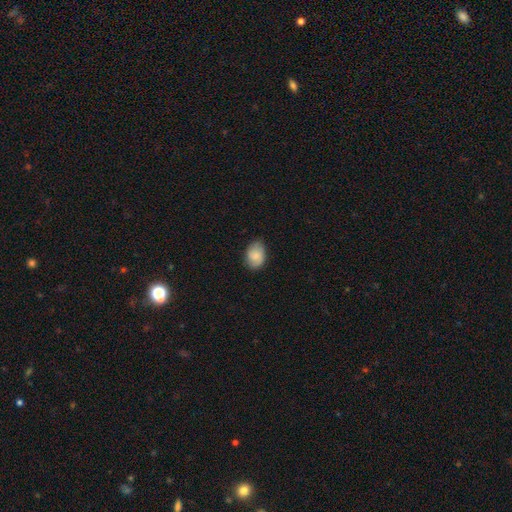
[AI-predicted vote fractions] Morphology: type=smooth (82%); roundness=in between (77%); merging=none (77%).